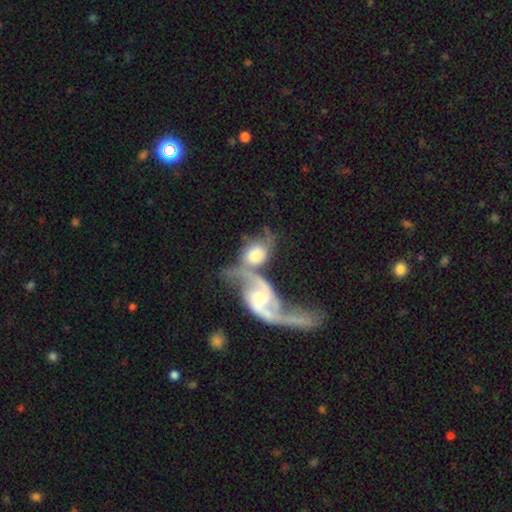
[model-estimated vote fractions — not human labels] Morphology: type=featured or disk (61%); edge-on=no (93%); bar=no (51%); spiral arms=yes (85%); bulge=moderate (46%); merging=merger (67%).